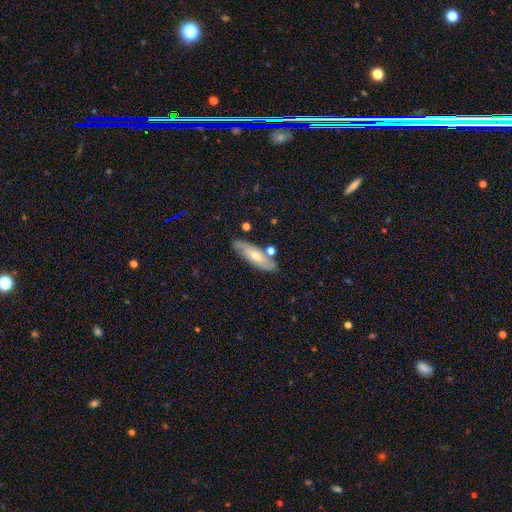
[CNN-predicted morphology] type=featured or disk (48%); merging=none (76%).